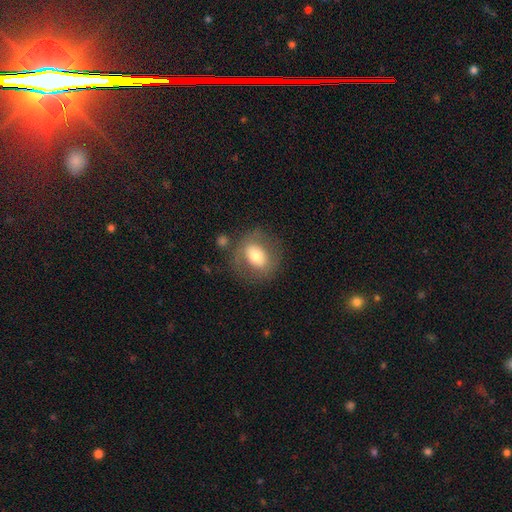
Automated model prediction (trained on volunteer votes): Smooth or featured?
  - smooth: 61% *
  - featured or disk: 31%
  - star or artifact: 8%
How rounded?
  - round: 54% *
  - in between: 45%
  - cigar-shaped: 1%
Merging?
  - none: 73% *
  - minor disturbance: 15%
  - major disturbance: 8%
  - merger: 4%